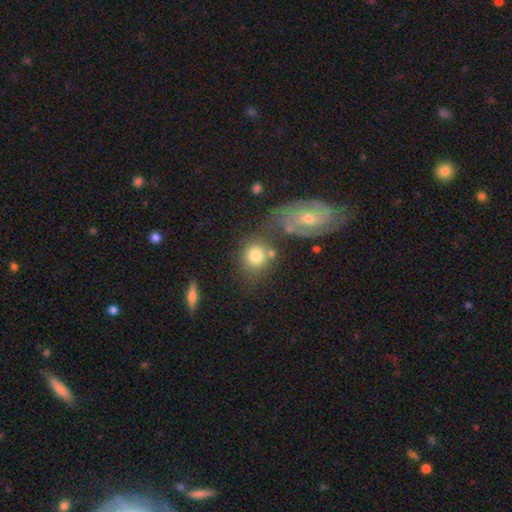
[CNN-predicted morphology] A smooth galaxy with no disk features (74%) that is round (72%). Merging: none (50%).